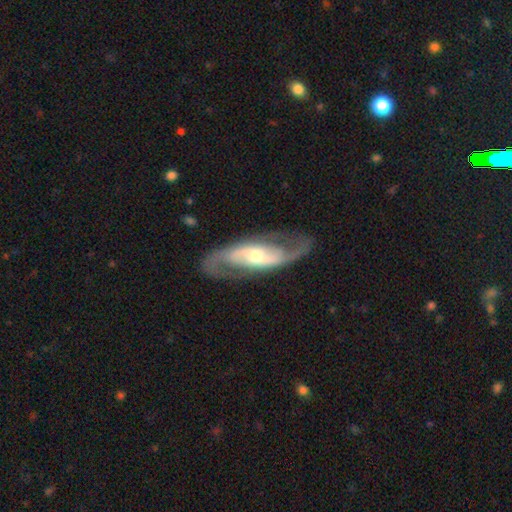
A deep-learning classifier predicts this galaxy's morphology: Smooth or featured: featured or disk — 87% (smooth — 9%)
Edge-on disk: no — 91% (yes — 9%)
Bar: no — 36% (weak — 33%)
Spiral arms: yes — 94% (no — 6%)
Spiral winding: medium — 45% (loose — 38%)
Spiral arm count: 2 — 92% (can't tell — 4%)
Bulge size: moderate — 56% (small — 35%)
Merging: none — 81% (minor disturbance — 12%)